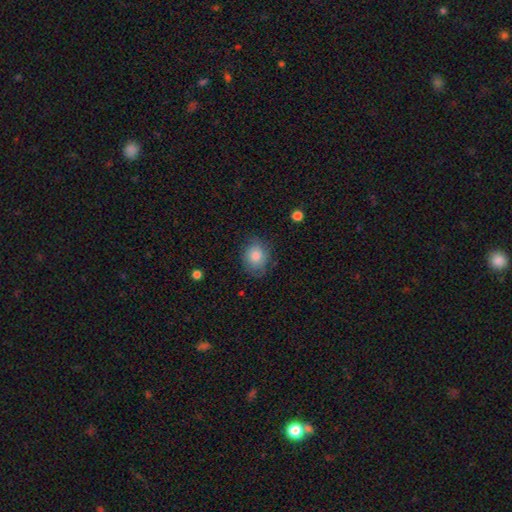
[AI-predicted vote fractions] Morphology: type=smooth (81%); roundness=round (57%); merging=none (72%).